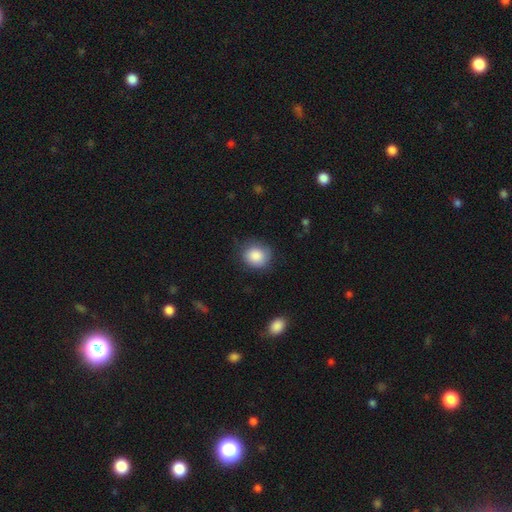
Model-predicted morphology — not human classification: This is clearly a smooth galaxy (87%). How rounded: likely round (77%). Merging: likely none (77%).